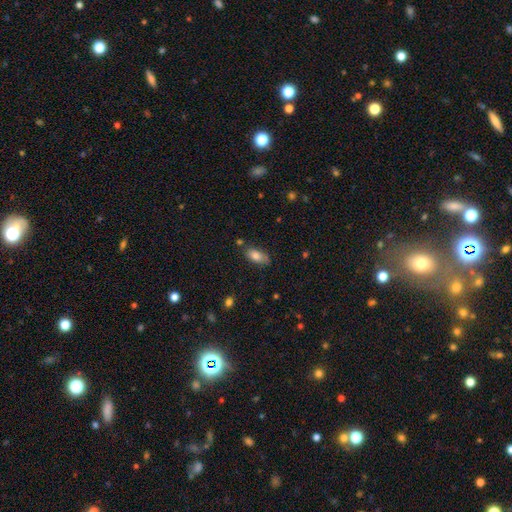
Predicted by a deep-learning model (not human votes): Overall: smooth (81%). How rounded: in between (89%). Merging: none (73%).